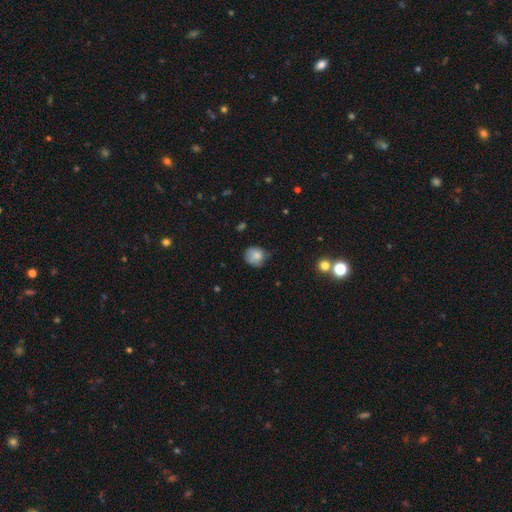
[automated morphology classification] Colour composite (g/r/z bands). It shows a smooth galaxy with no disk features (79%) that is round (77%). Merging: none (56%).